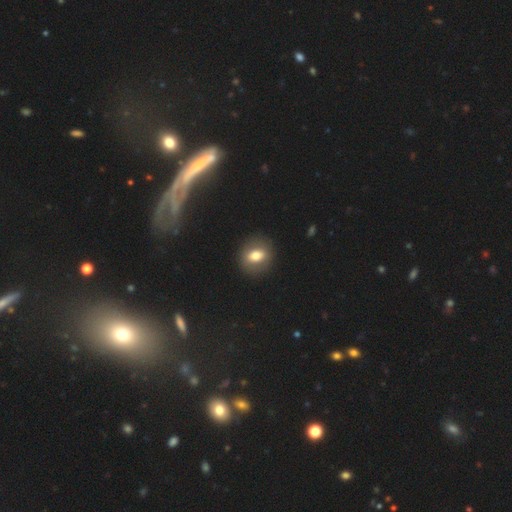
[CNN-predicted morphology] Overall: smooth (68%). How rounded: round (53%; in between 45%). Merging: none (88%).